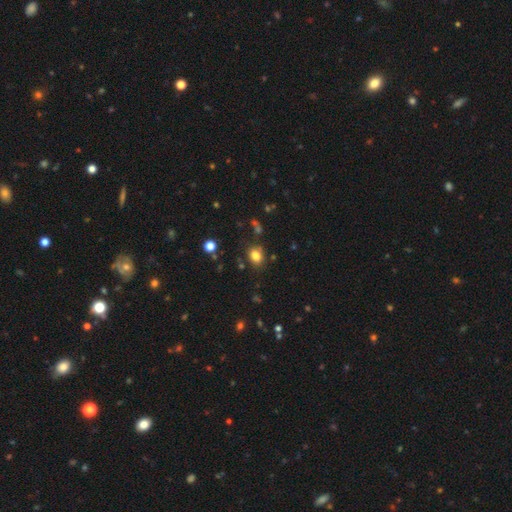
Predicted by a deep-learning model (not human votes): Smooth or featured?
  - smooth: 81% *
  - star or artifact: 12%
  - featured or disk: 6%
How rounded?
  - in between: 50% *
  - round: 49%
  - cigar-shaped: 1%
Merging?
  - none: 80% *
  - minor disturbance: 13%
  - major disturbance: 4%
  - merger: 4%